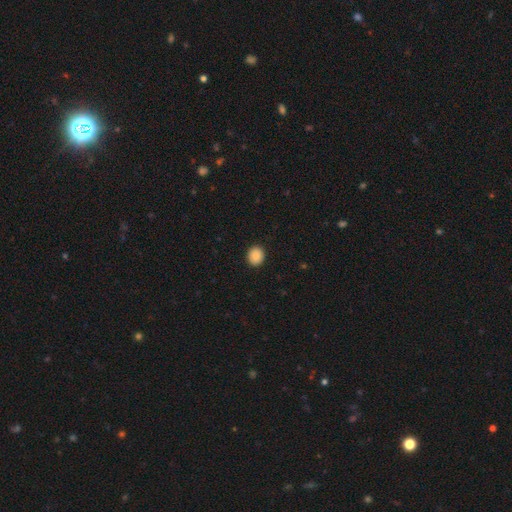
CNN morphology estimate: Overall: smooth (88%). How rounded: round (77%). Merging: none (92%).